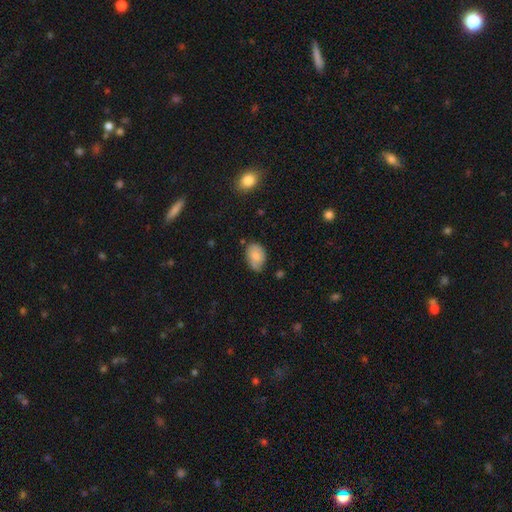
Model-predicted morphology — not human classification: This is likely a smooth galaxy (76%). How rounded: clearly in between (82%). Merging: possibly none (55%).